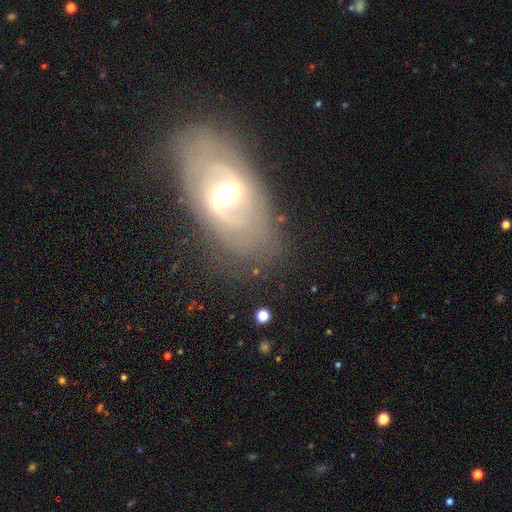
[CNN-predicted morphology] smooth-or-featured: featured or disk: 77% | smooth: 16% | star or artifact: 7%
  disk-edge-on: no: 93% | yes: 7%
    bar: weak: 46% | no: 31% | strong: 23%
    has-spiral-arms: yes: 80% | no: 20%
      spiral-winding: tight: 43% | medium: 38% | loose: 19%
      spiral-arm-count: 2: 69% | can't tell: 20% | 3: 4% | 1: 4% | 4: 2% | more than 4: 2%
    bulge-size: moderate: 69% | small: 15% | large: 13% | dominant: 2% | none: 1%
  merging: none: 76% | minor disturbance: 15% | major disturbance: 7% | merger: 2%